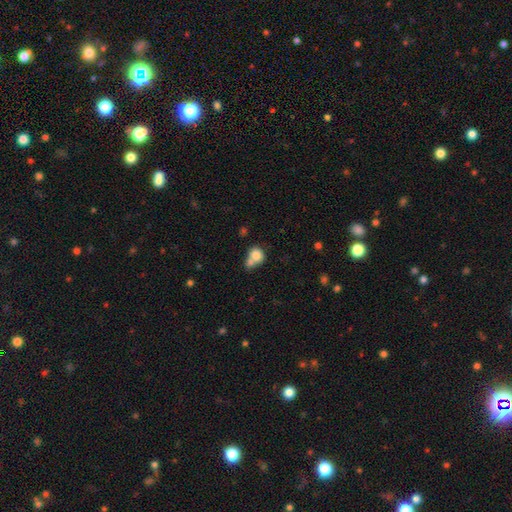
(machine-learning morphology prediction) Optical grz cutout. It shows a smooth galaxy with no disk features (80%) that is round (69%). Merging: merger (53%).